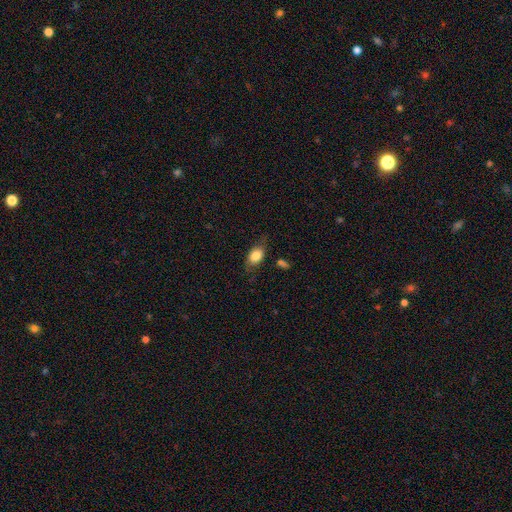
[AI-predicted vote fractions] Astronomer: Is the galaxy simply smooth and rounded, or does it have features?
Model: smooth — 78%.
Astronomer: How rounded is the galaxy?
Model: in between — 81%.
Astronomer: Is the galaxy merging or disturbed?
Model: none — 65%.